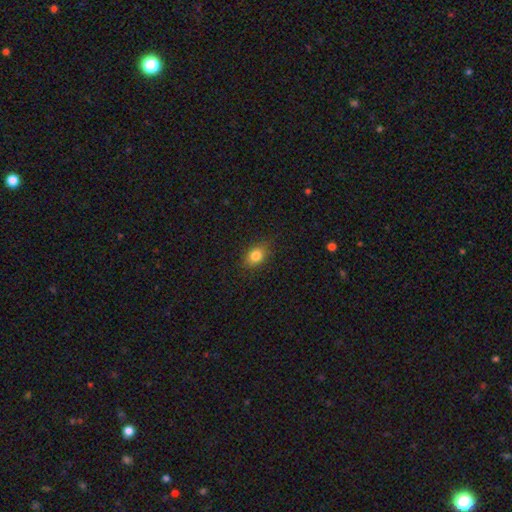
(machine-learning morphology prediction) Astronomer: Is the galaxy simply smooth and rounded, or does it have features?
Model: smooth — 82%.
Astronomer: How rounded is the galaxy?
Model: in between — 65%.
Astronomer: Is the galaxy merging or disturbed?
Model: none — 84%.